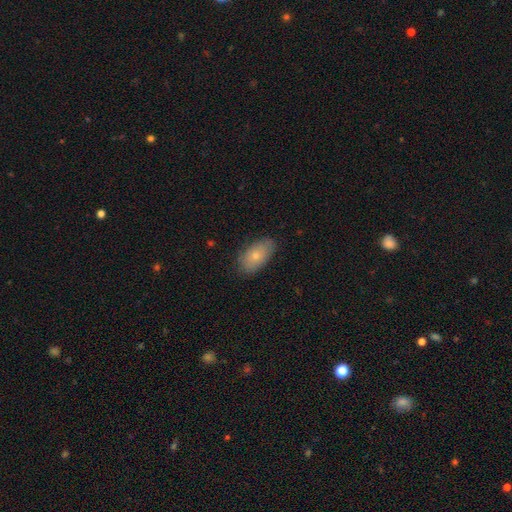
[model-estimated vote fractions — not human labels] smooth_or_featured: smooth (p=0.73) [alt: featured or disk p=0.19]
how_rounded: in between (p=0.92) [alt: round p=0.05]
merging: none (p=0.81) [alt: minor disturbance p=0.15]